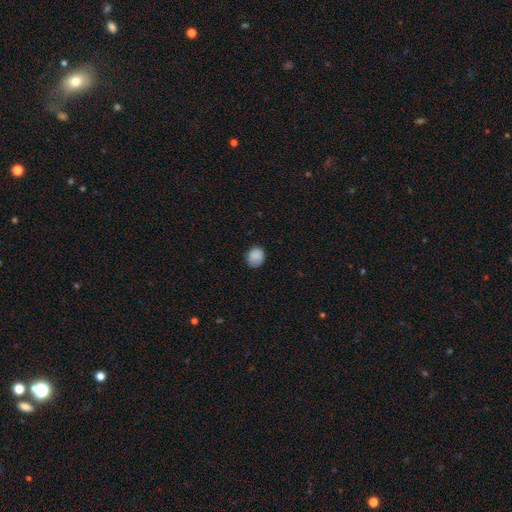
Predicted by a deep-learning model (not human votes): Overall: smooth (87%). How rounded: round (69%; in between 30%). Merging: none (79%).